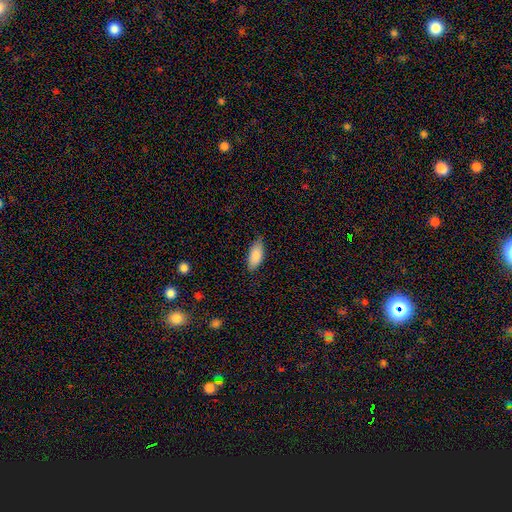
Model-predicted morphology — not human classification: This is clearly a smooth galaxy (87%). How rounded: clearly in between (85%). Merging: likely none (79%).